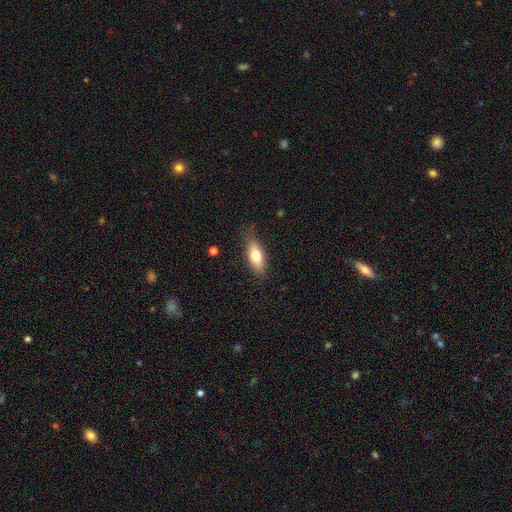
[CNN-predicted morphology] A smooth galaxy with no disk features (73%) that is in between round and cigar-shaped (76%). Merging: none (80%).